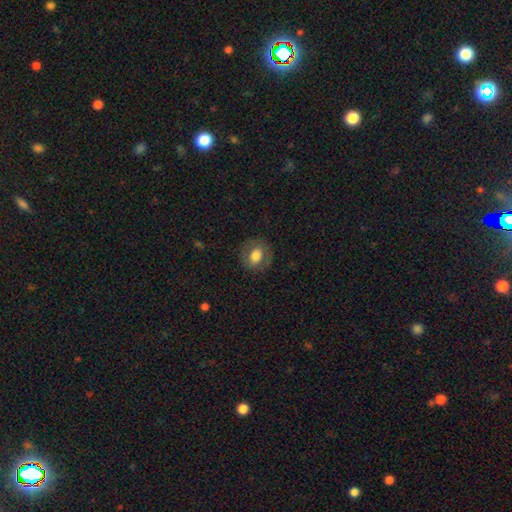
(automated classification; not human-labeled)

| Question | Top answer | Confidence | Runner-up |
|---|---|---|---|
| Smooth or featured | smooth | 66% | featured or disk (25%) |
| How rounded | round | 63% | in between (36%) |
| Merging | none | 82% | minor disturbance (11%) |